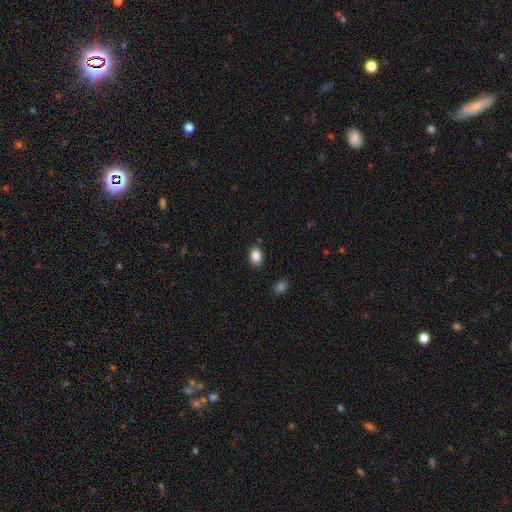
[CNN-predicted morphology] This is clearly a smooth galaxy (86%). How rounded: likely in between (79%). Merging: clearly none (83%).